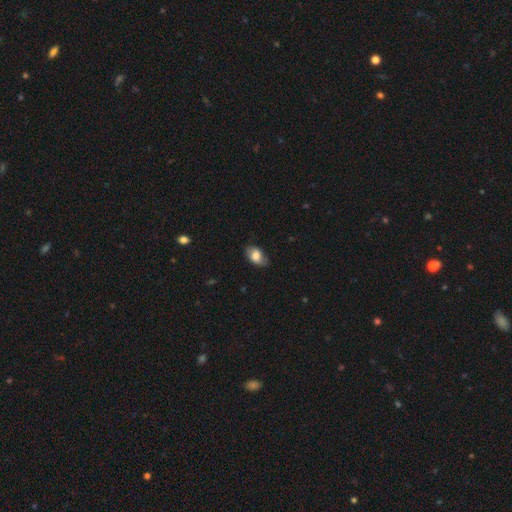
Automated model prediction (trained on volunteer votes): A smooth galaxy with no disk features (77%) that is in between round and cigar-shaped (88%).

Vote fractions:
- Smooth or featured? smooth: 77% / featured or disk: 16% / star or artifact: 7%
- How rounded? in between: 88% / round: 10% / cigar-shaped: 2%
- Merging? none: 72% / minor disturbance: 22% / major disturbance: 5% / merger: 1%